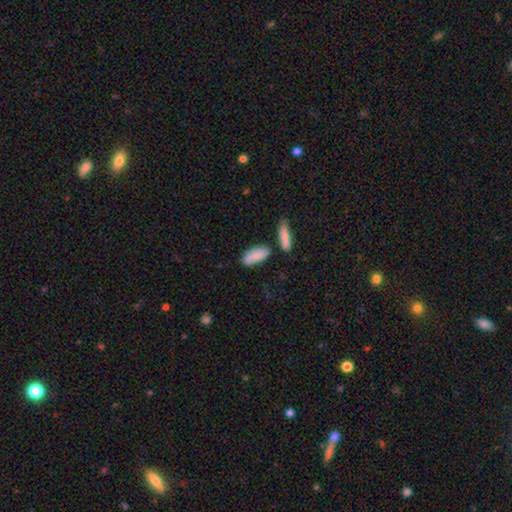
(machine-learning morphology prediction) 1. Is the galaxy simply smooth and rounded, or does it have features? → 76% smooth, 18% featured or disk, 7% star or artifact.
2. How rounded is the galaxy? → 83% in between, 14% cigar-shaped, 3% round.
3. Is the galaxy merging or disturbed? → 65% none, 18% minor disturbance, 12% merger, 5% major disturbance.